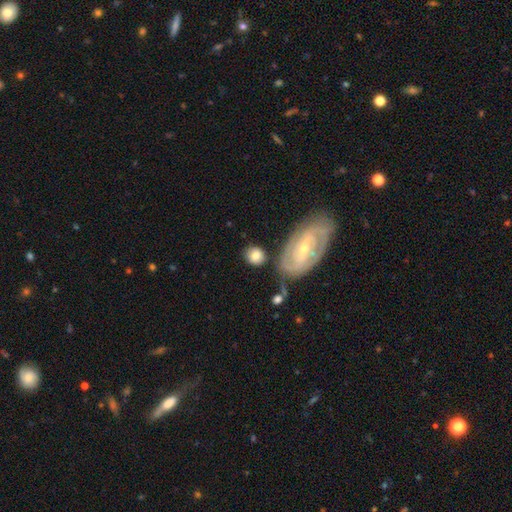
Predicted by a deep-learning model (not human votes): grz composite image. It shows a smooth galaxy with no disk features (68%) that is round (68%). Merging: none (70%).